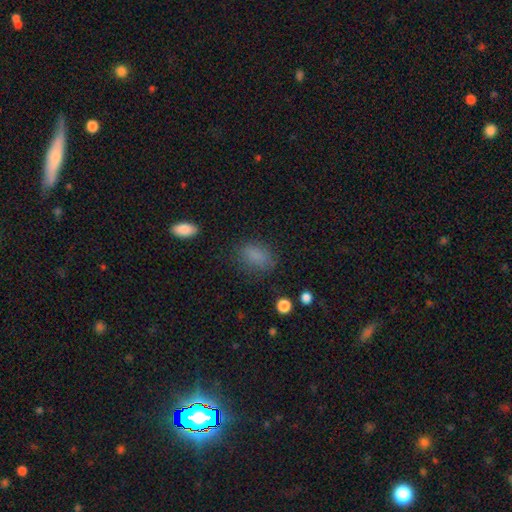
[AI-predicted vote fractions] The model was most divided on "merging": none: 75%, minor disturbance: 17%, major disturbance: 6%, merger: 2%. More confident: smooth or featured — smooth (82%); how rounded — in between (81%).